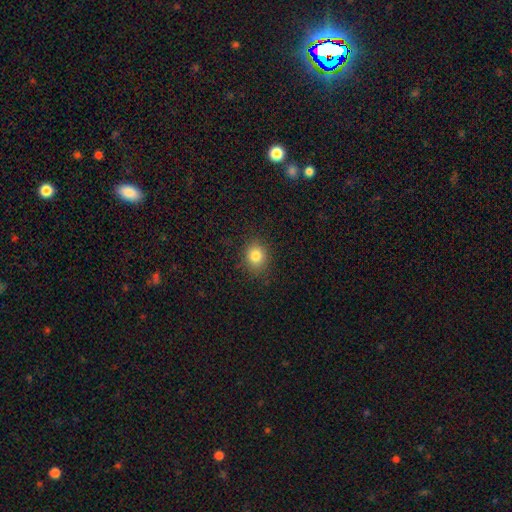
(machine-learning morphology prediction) This appears to be a smooth galaxy with no disk features (82%) that is round (69%). Merging: none (86%).